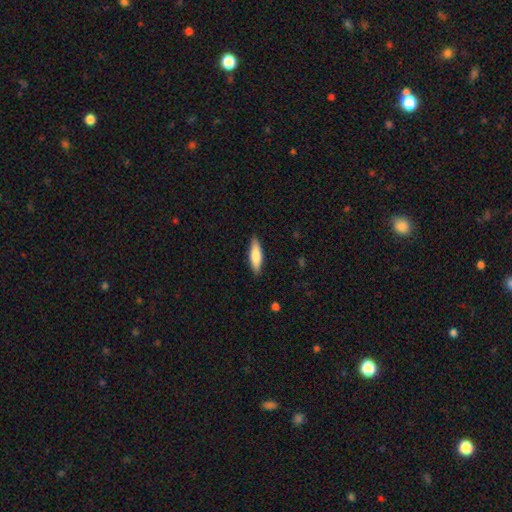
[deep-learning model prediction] Smooth or featured: smooth — 76% (featured or disk — 19%)
How rounded: cigar-shaped — 60% (in between — 38%)
Merging: none — 88% (minor disturbance — 9%)